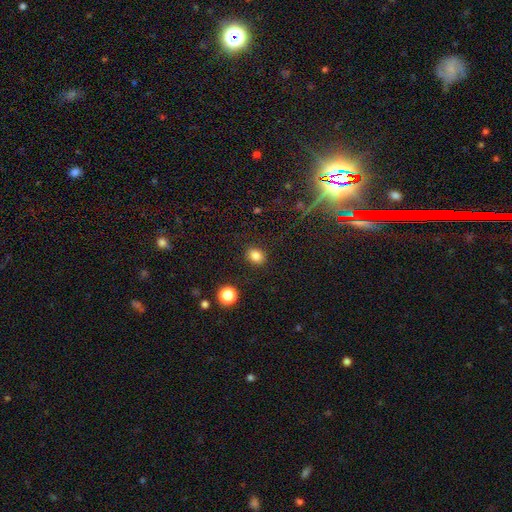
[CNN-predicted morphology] smooth-or-featured: smooth: 83% | star or artifact: 12% | featured or disk: 5%
  how-rounded: in between: 53% | round: 46% | cigar-shaped: 1%
  merging: none: 87% | minor disturbance: 9% | major disturbance: 3% | merger: 2%